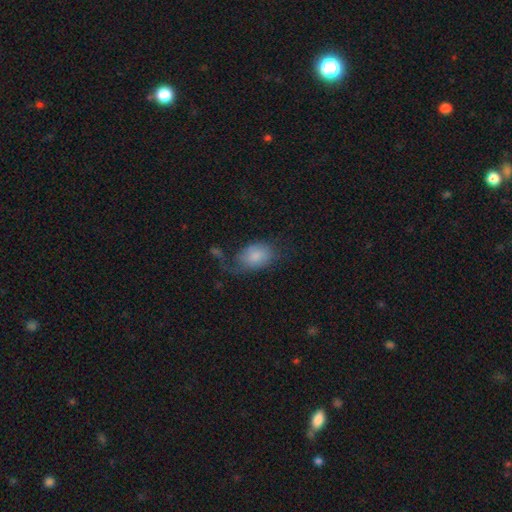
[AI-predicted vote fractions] Smooth or featured?
  - smooth: 74% *
  - featured or disk: 19%
  - star or artifact: 7%
How rounded?
  - in between: 87% *
  - round: 12%
  - cigar-shaped: 1%
Merging?
  - none: 36% *
  - major disturbance: 30%
  - minor disturbance: 29%
  - merger: 5%